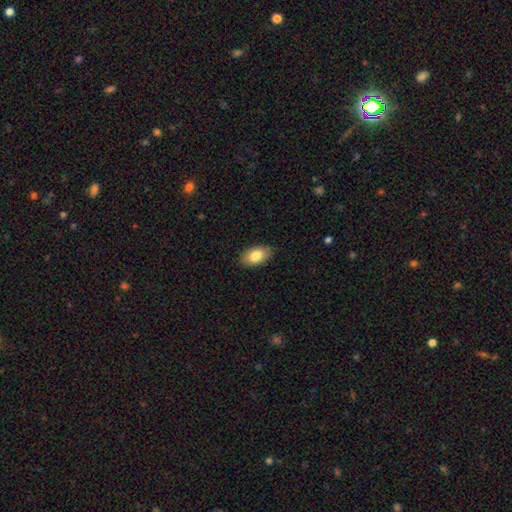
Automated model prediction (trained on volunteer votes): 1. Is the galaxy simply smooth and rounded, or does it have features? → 82% smooth, 11% featured or disk, 7% star or artifact.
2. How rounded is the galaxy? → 93% in between, 5% round, 2% cigar-shaped.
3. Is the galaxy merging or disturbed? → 87% none, 10% minor disturbance, 2% major disturbance, 1% merger.